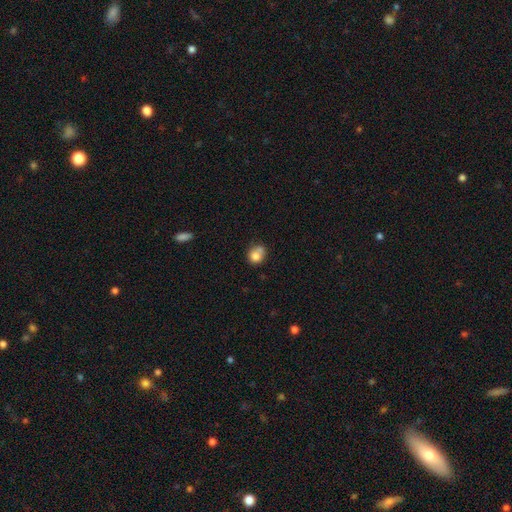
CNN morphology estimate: This appears to be a smooth galaxy with no disk features (77%) that is round (72%). Merging: none (46%).